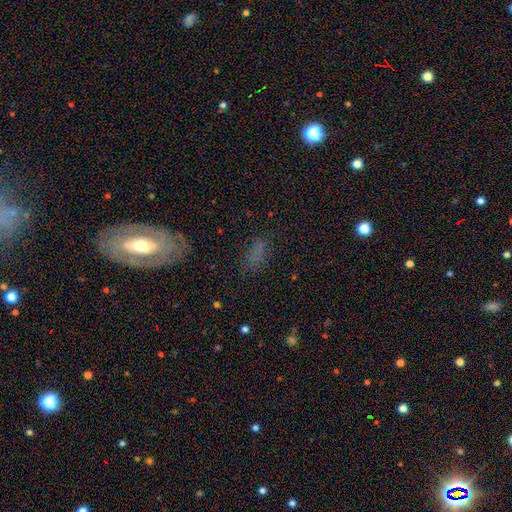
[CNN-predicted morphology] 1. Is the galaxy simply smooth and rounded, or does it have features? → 55% smooth, 24% star or artifact, 20% featured or disk.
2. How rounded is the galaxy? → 81% in between, 11% round, 8% cigar-shaped.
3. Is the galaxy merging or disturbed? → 56% none, 22% minor disturbance, 18% major disturbance, 4% merger.